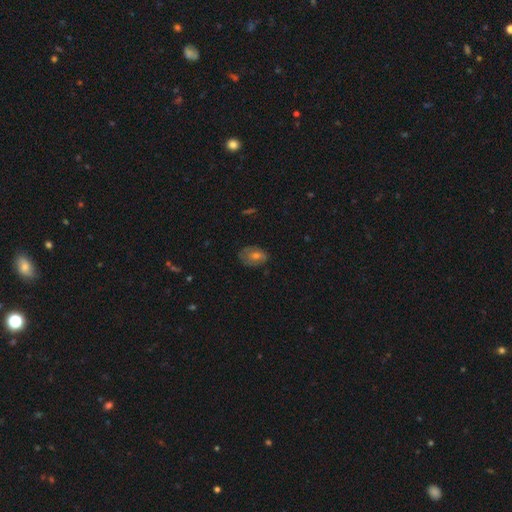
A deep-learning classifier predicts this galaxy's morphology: Smooth or featured?
  - smooth: 48% *
  - featured or disk: 37%
  - star or artifact: 15%
Merging?
  - none: 71% *
  - minor disturbance: 21%
  - major disturbance: 6%
  - merger: 1%